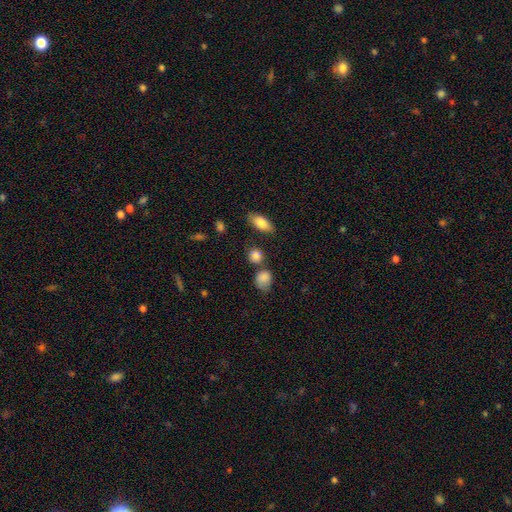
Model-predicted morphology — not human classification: Smooth or featured? smooth (84%)
How rounded? round (66%)
Merging? none (63%)